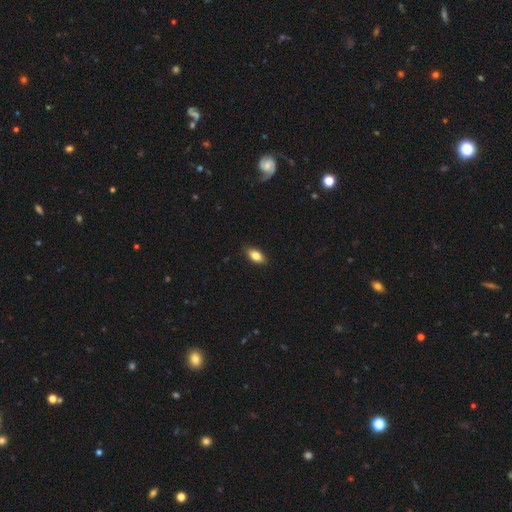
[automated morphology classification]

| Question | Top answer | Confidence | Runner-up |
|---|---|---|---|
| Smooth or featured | smooth | 79% | featured or disk (13%) |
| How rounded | in between | 86% | cigar-shaped (10%) |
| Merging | none | 87% | minor disturbance (10%) |